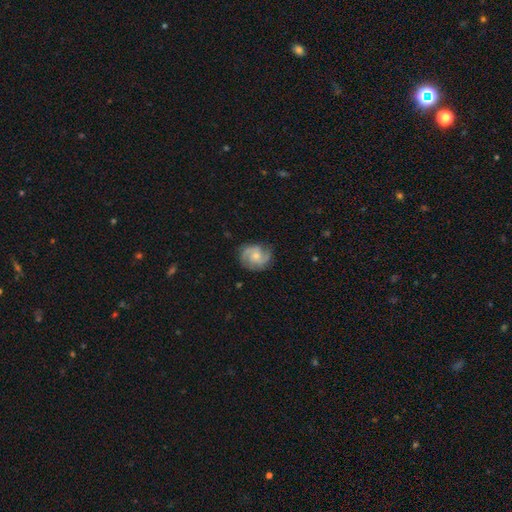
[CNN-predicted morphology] A featured or disk galaxy (80%) with no bar (68%), 2 (50%) medium (49%) spiral arms (97%) and a small central bulge (49%).

Vote fractions:
- Smooth or featured? featured or disk: 80% / smooth: 14% / star or artifact: 6%
- Edge-on disk? no: 98% / yes: 2%
- Bar? no: 68% / weak: 28% / strong: 4%
- Spiral arms? yes: 97% / no: 3%
- Spiral winding? medium: 49% / tight: 37% / loose: 14%
- Spiral arm count? 2: 50% / 3: 32% / can't tell: 9% / 4: 4% / 1: 3% / more than 4: 3%
- Bulge size? small: 49% / moderate: 44% / none: 3% / large: 2% / dominant: 1%
- Merging? none: 79% / minor disturbance: 16% / major disturbance: 5% / merger: 1%